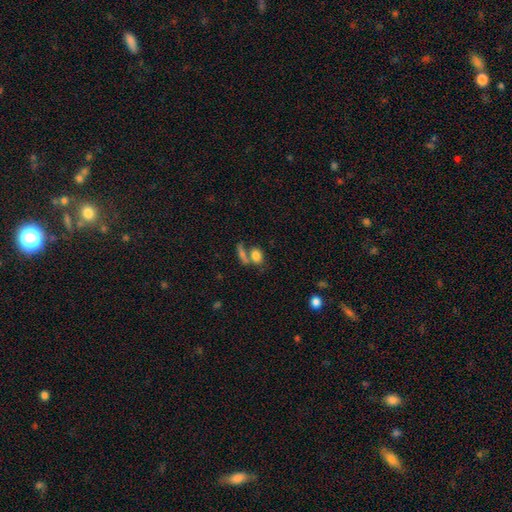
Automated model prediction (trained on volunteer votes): A smooth galaxy with no disk features (79%) that is in between round and cigar-shaped (70%).

Vote fractions:
- Smooth or featured? smooth: 79% / featured or disk: 11% / star or artifact: 10%
- How rounded? in between: 70% / round: 25% / cigar-shaped: 5%
- Merging? merger: 41% (tied) / none: 41% (tied) / minor disturbance: 11% / major disturbance: 7%